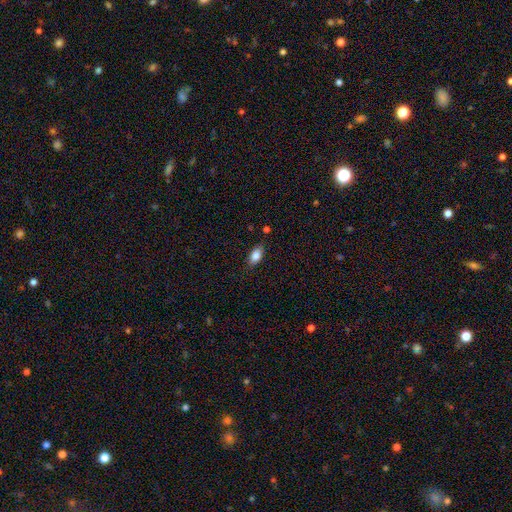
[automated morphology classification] This appears to be a smooth galaxy with no disk features (84%) that is in between round and cigar-shaped (89%). Merging: none (82%).